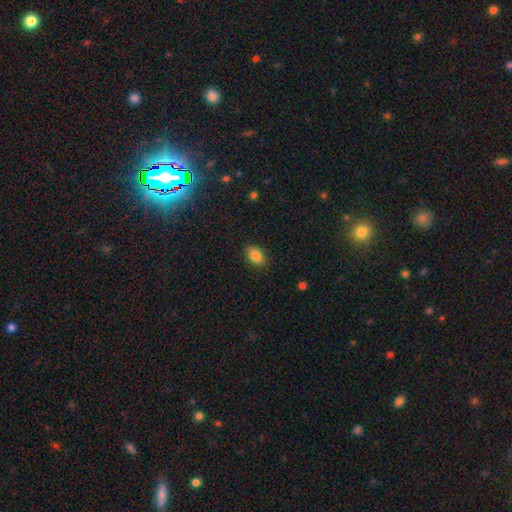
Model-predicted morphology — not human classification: A smooth galaxy with no disk features (85%) that is in between round and cigar-shaped (82%).

Vote fractions:
- Smooth or featured? smooth: 85% / star or artifact: 8% / featured or disk: 7%
- How rounded? in between: 82% / round: 17% / cigar-shaped: 1%
- Merging? none: 87% / minor disturbance: 10% / major disturbance: 2% / merger: 1%